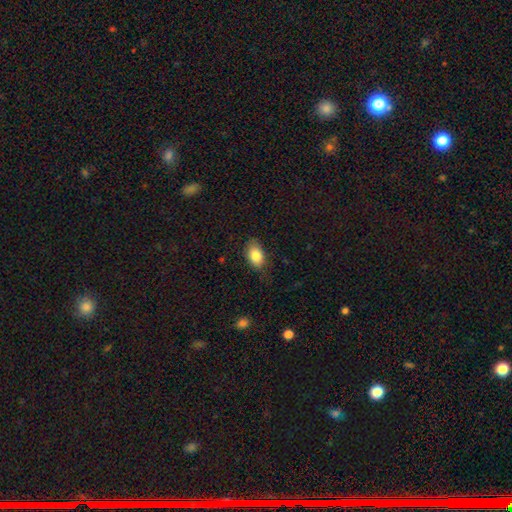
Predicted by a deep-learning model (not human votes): Smooth or featured: smooth — 84% (featured or disk — 8%)
How rounded: in between — 87% (round — 12%)
Merging: none — 77% (minor disturbance — 18%)